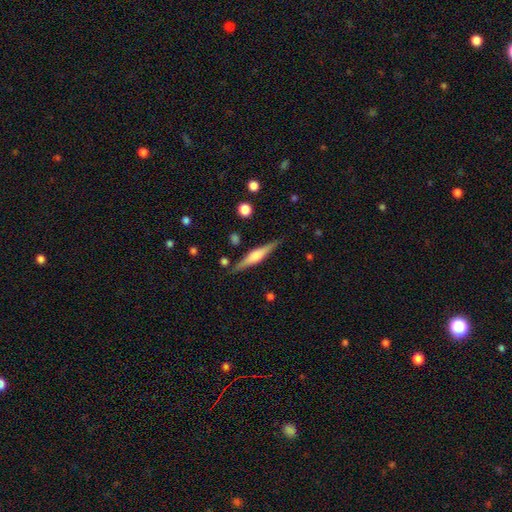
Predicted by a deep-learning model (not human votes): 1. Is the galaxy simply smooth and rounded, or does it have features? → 65% featured or disk, 29% smooth, 6% star or artifact.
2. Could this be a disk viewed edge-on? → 97% yes, 3% no.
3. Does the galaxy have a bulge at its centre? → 71% rounded, 23% boxy, 6% none.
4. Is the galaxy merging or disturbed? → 86% none, 10% minor disturbance, 2% merger, 2% major disturbance.